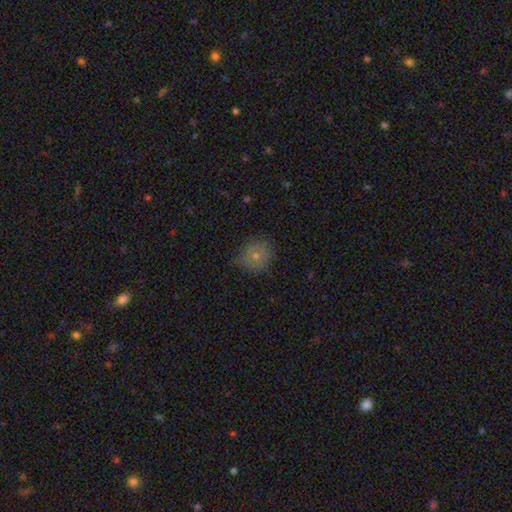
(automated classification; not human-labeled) Smooth or featured? smooth (68%)
How rounded? round (82%)
Merging? none (70%)